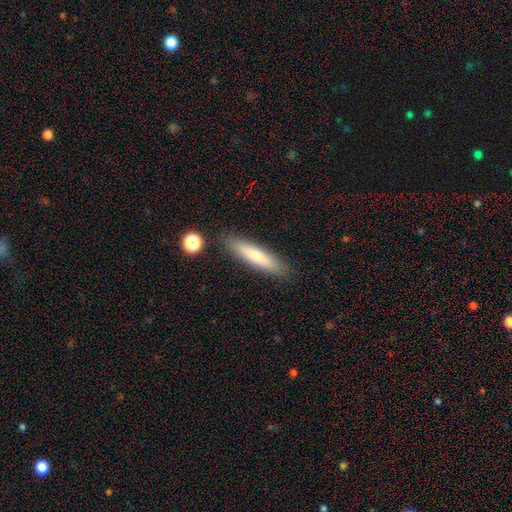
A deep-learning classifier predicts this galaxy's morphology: Smooth or featured: smooth — 71% (featured or disk — 22%)
How rounded: cigar-shaped — 80% (in between — 18%)
Merging: none — 86% (minor disturbance — 9%)